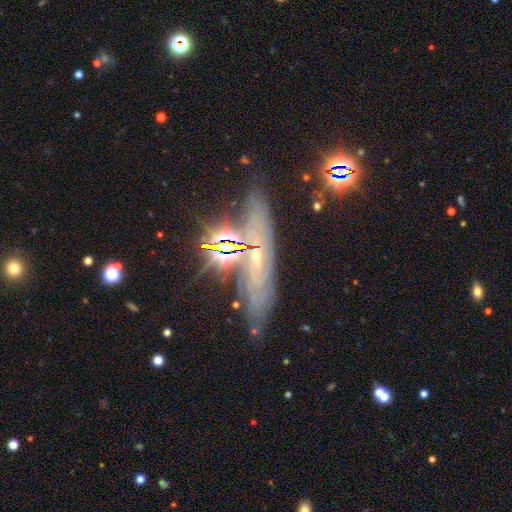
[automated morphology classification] This appears to be a featured or disk galaxy (59%) viewed edge-on (54%). Merging: none (74%).